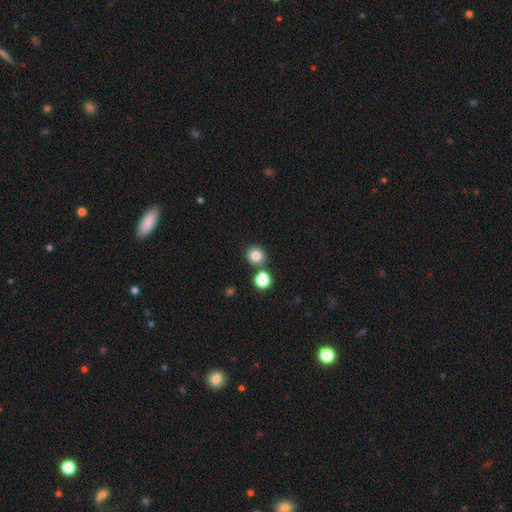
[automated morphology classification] This appears to be a smooth galaxy with no disk features (81%) that is round (87%). Merging: none (74%).